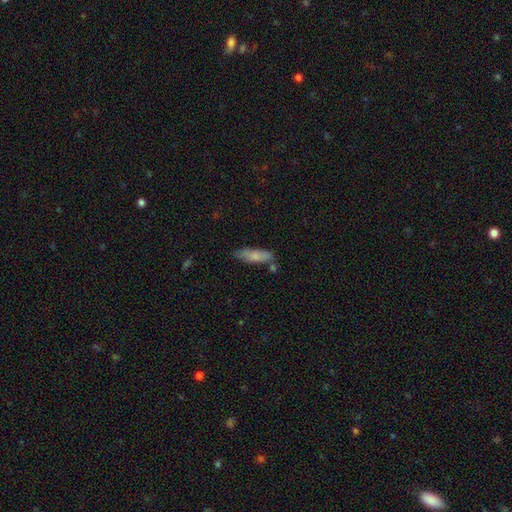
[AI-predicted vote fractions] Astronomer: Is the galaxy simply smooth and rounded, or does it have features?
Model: smooth — 78%.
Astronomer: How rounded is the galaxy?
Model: cigar-shaped — 55% (runner-up: in between, 43%).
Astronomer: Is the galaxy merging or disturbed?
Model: none — 67%.